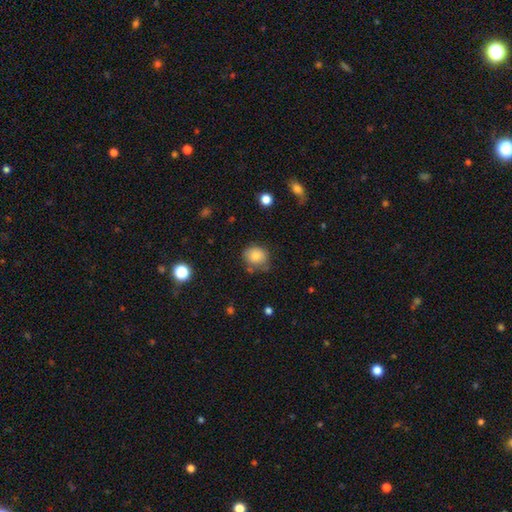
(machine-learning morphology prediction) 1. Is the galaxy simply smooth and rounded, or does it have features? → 79% smooth, 11% featured or disk, 10% star or artifact.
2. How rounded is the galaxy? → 71% round, 28% in between, 1% cigar-shaped.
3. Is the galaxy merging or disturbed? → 64% none, 25% minor disturbance, 6% major disturbance, 5% merger.